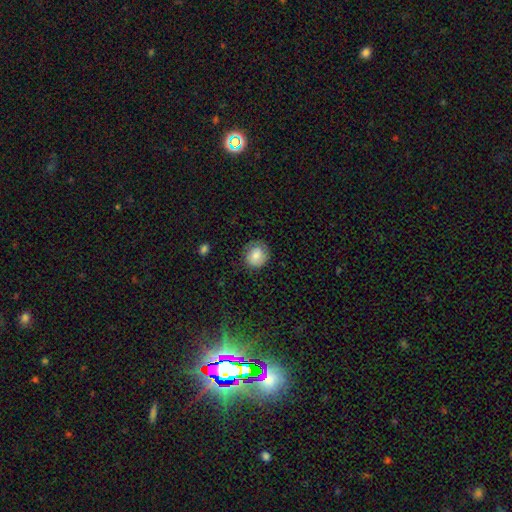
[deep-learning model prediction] The model was most divided on "smooth or featured": smooth: 67%, featured or disk: 24%, star or artifact: 8%. More confident: how rounded — round (78%); merging — none (76%).